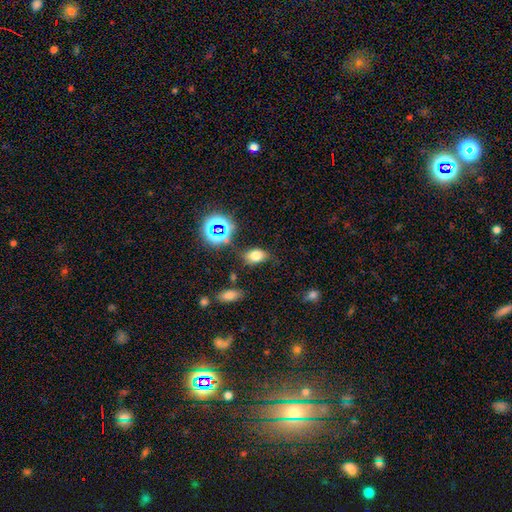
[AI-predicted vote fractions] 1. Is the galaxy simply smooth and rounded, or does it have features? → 71% smooth, 19% star or artifact, 10% featured or disk.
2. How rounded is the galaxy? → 82% in between, 16% round, 2% cigar-shaped.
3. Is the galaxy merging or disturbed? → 73% none, 17% minor disturbance, 6% major disturbance, 4% merger.